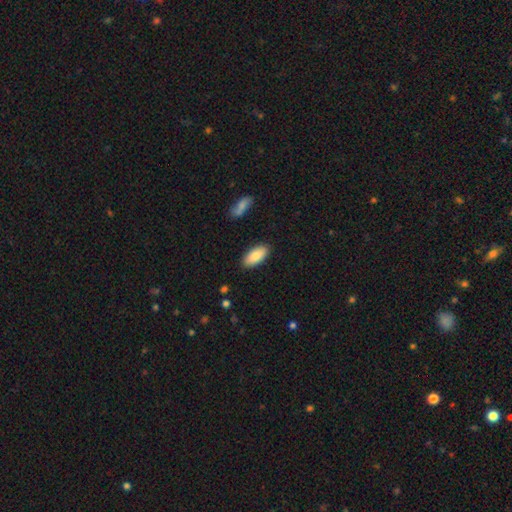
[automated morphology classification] Smooth or featured?
  - smooth: 86% *
  - featured or disk: 8%
  - star or artifact: 6%
How rounded?
  - in between: 90% *
  - cigar-shaped: 8%
  - round: 2%
Merging?
  - none: 88% *
  - minor disturbance: 9%
  - major disturbance: 2%
  - merger: 2%